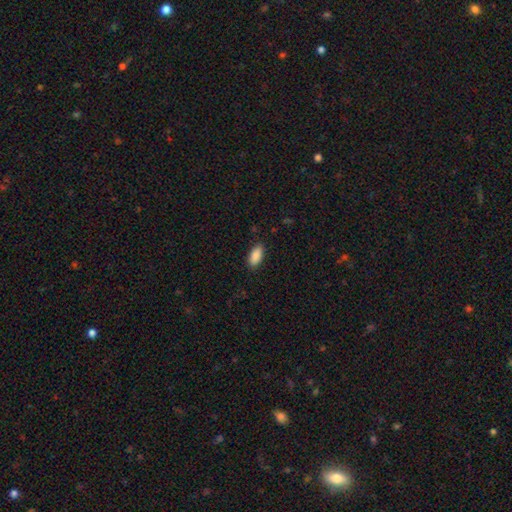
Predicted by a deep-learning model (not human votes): A smooth galaxy with no disk features (89%) that is in between round and cigar-shaped (90%). Merging: none (87%).